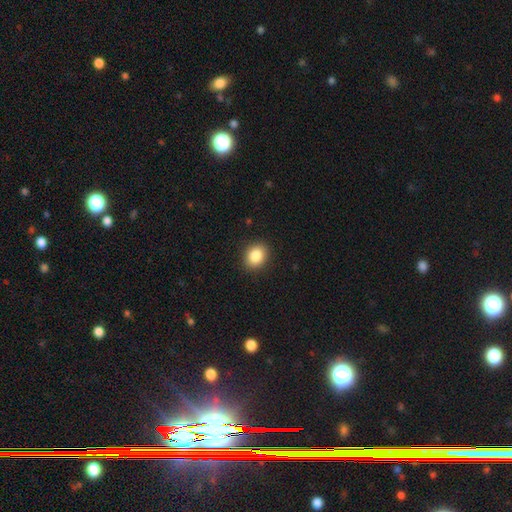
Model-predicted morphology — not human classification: The model was most divided on "how rounded": in between: 54%, round: 45%, cigar-shaped: 1%. More confident: merging — none (90%); smooth or featured — smooth (87%).